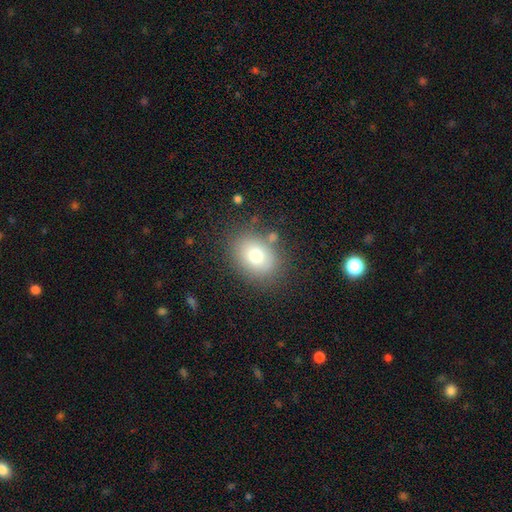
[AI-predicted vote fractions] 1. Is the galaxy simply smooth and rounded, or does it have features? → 73% smooth, 15% featured or disk, 12% star or artifact.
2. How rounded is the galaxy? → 52% in between, 47% round, 1% cigar-shaped.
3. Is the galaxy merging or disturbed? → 78% none, 13% minor disturbance, 5% major disturbance, 5% merger.